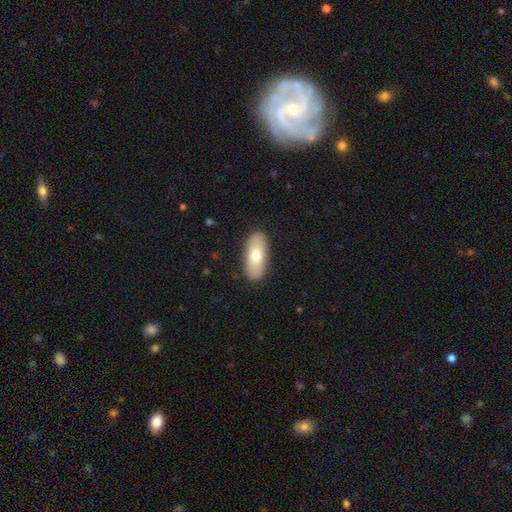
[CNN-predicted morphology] Smooth or featured? smooth (71%)
How rounded? in between (83%)
Merging? none (88%)